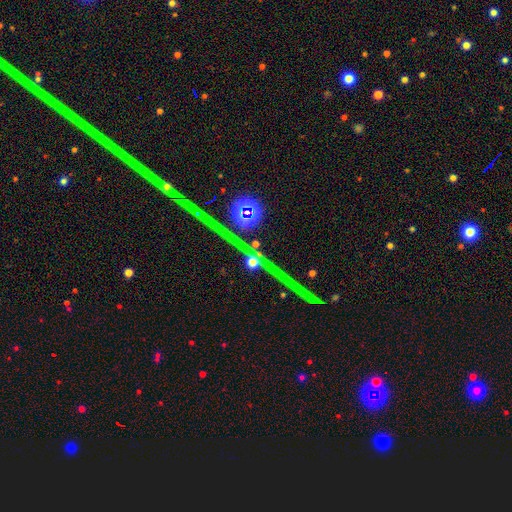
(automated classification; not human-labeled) star or artifact 79%, featured or disk 12%, smooth 8%.